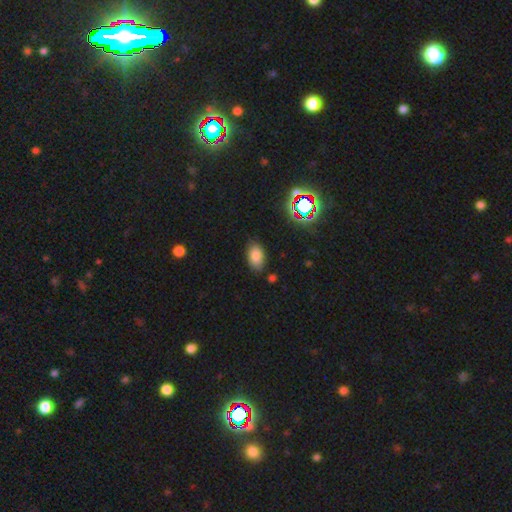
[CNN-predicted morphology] This appears to be a smooth galaxy with no disk features (80%) that is in between round and cigar-shaped (91%). Merging: none (82%).